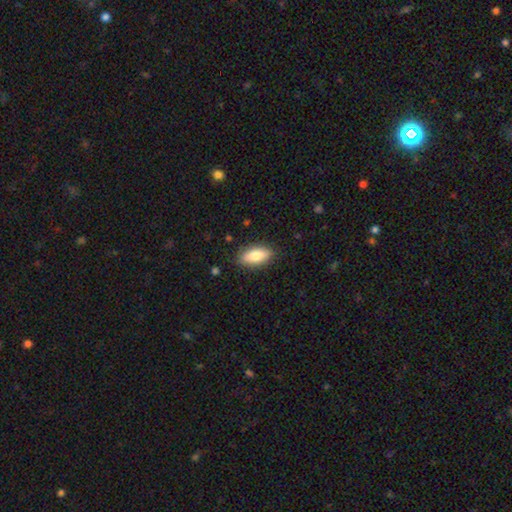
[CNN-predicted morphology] Smooth or featured?
  - smooth: 80% *
  - featured or disk: 14%
  - star or artifact: 6%
How rounded?
  - in between: 85% *
  - cigar-shaped: 12%
  - round: 3%
Merging?
  - none: 85% *
  - minor disturbance: 11%
  - major disturbance: 3%
  - merger: 1%